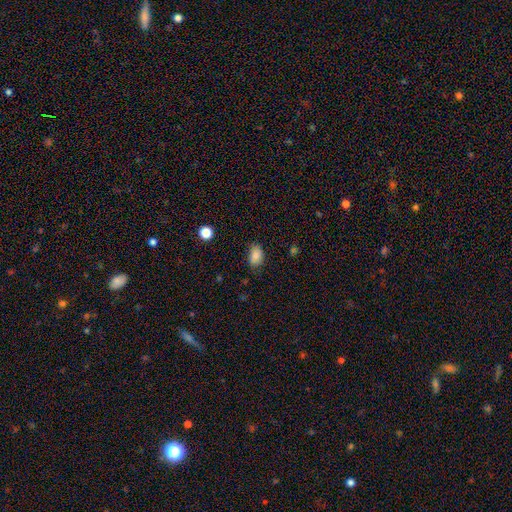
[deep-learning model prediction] The model was most divided on "merging": none: 76%, minor disturbance: 19%, major disturbance: 4%, merger: 1%. More confident: smooth or featured — smooth (85%); how rounded — in between (82%).